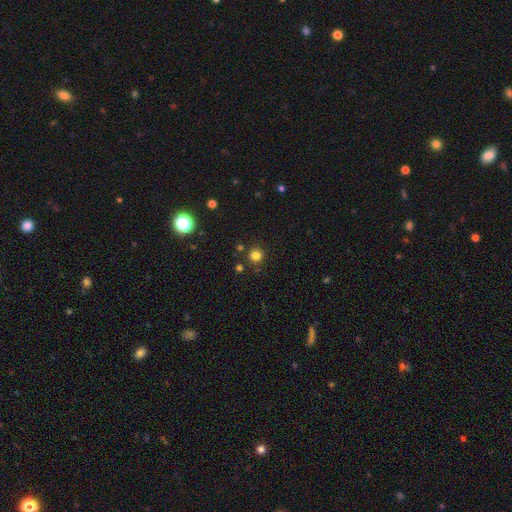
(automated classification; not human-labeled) smooth-or-featured: smooth: 79% | star or artifact: 16% | featured or disk: 5%
  how-rounded: round: 95% | in between: 4% | cigar-shaped: 1%
  merging: none: 88% | minor disturbance: 6% | merger: 4% | major disturbance: 2%